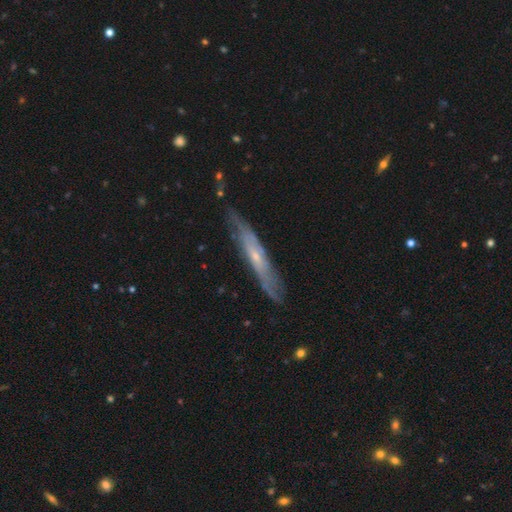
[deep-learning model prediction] smooth-or-featured: featured or disk: 69% | smooth: 25% | star or artifact: 6%
  disk-edge-on: yes: 67% | no: 33%
  merging: none: 74% | minor disturbance: 20% | major disturbance: 4% | merger: 2%